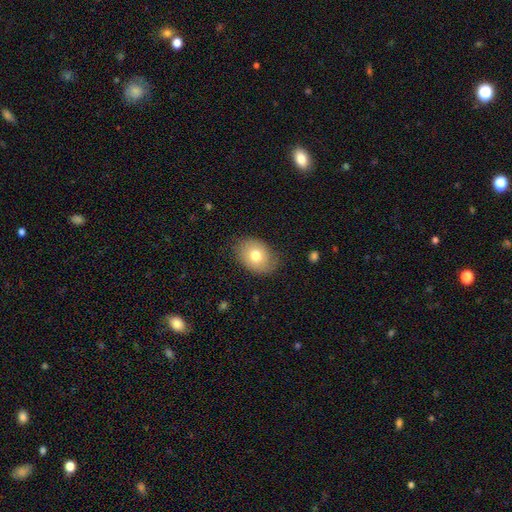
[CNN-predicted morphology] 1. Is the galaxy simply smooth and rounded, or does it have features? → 73% smooth, 19% featured or disk, 8% star or artifact.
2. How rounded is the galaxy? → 70% in between, 29% round, 1% cigar-shaped.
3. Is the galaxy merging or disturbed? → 78% none, 17% minor disturbance, 4% major disturbance, 1% merger.